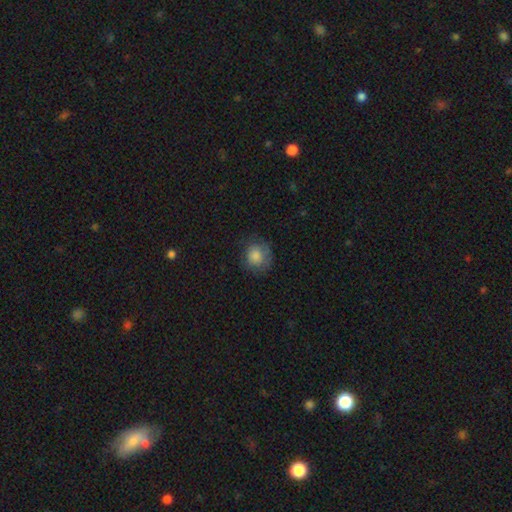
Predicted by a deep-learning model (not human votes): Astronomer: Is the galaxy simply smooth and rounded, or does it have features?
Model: smooth — 81%.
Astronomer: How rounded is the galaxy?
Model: round — 84%.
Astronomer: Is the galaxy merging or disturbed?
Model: none — 72%.